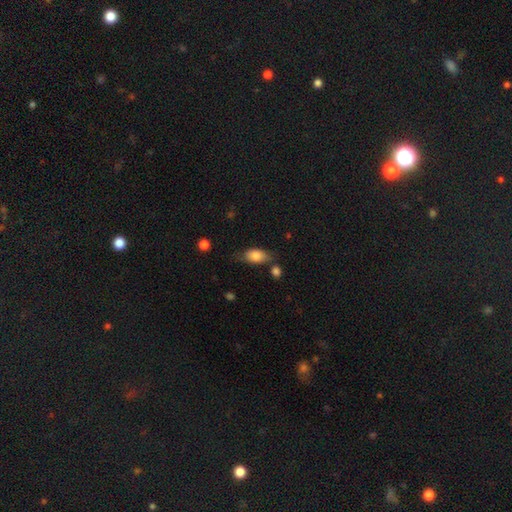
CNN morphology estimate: This appears to be a smooth galaxy with no disk features (79%) that is in between round and cigar-shaped (89%). Merging: none (61%).